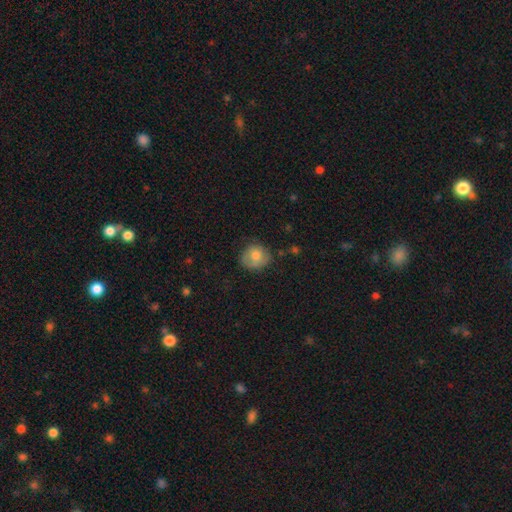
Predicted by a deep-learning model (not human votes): smooth_or_featured: smooth (p=0.70) [alt: featured or disk p=0.22]
how_rounded: round (p=0.74) [alt: in between p=0.26]
merging: none (p=0.62) [alt: minor disturbance p=0.27]